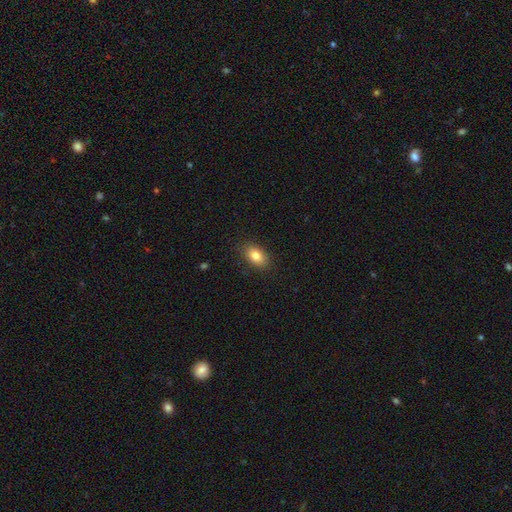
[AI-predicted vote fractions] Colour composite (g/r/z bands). It shows a smooth galaxy with no disk features (84%) that is in between round and cigar-shaped (88%). Merging: none (86%).